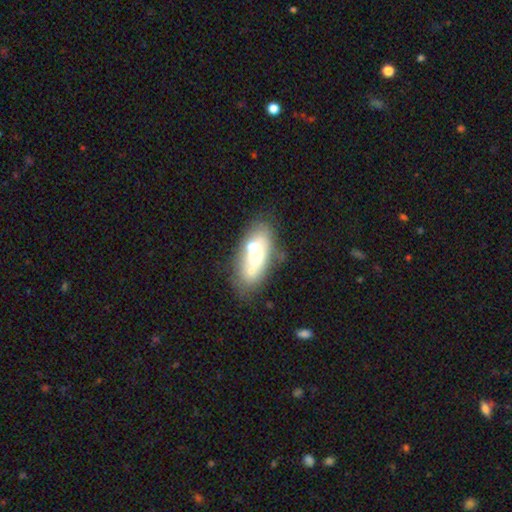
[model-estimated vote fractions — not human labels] Smooth or featured?
  - smooth: 49% *
  - featured or disk: 41%
  - star or artifact: 10%
Merging?
  - merger: 42% *
  - none: 39%
  - minor disturbance: 12%
  - major disturbance: 6%